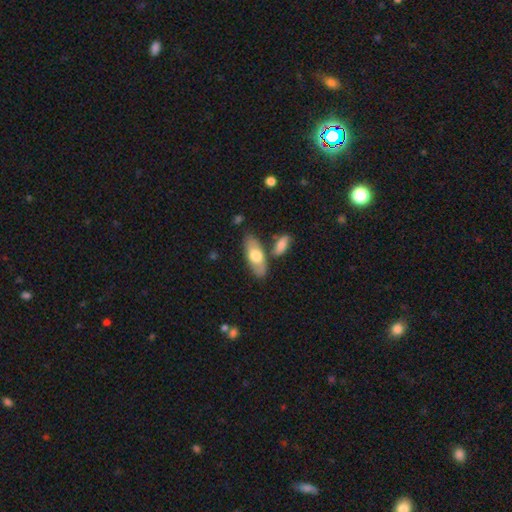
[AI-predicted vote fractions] Smooth or featured: smooth — 64% (featured or disk — 30%)
How rounded: in between — 78% (cigar-shaped — 19%)
Merging: none — 73% (minor disturbance — 13%)